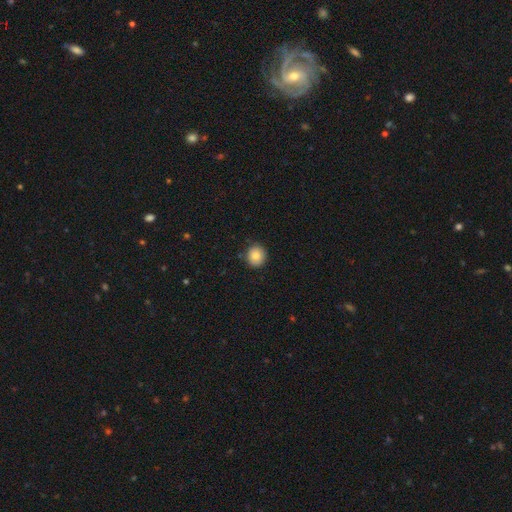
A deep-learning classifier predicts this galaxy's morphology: A smooth galaxy with no disk features (83%) that is round (89%).

Vote fractions:
- Smooth or featured? smooth: 83% / star or artifact: 9% / featured or disk: 8%
- How rounded? round: 89% / in between: 10% / cigar-shaped: 1%
- Merging? none: 88% / minor disturbance: 9% / major disturbance: 2% / merger: 1%